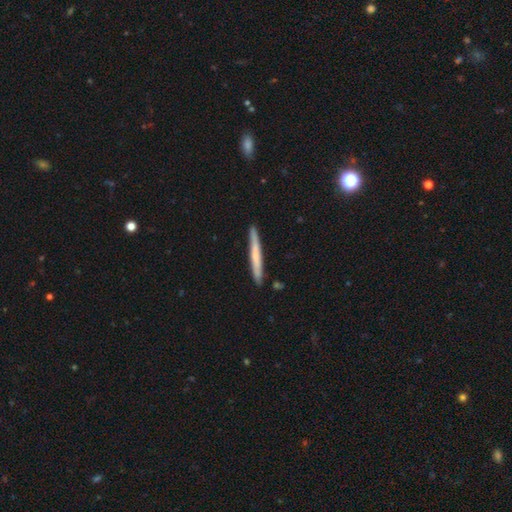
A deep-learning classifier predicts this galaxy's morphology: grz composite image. It shows a smooth galaxy with no disk features (54%) that is cigar-shaped (97%). Merging: none (89%).